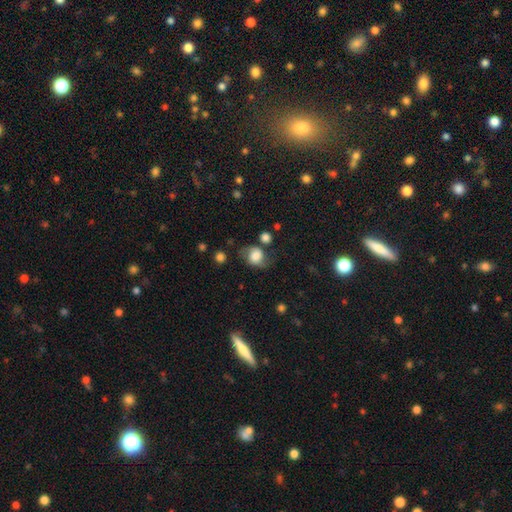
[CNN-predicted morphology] A smooth galaxy with no disk features (62%) that is round (55%).

Vote fractions:
- Smooth or featured? smooth: 62% / featured or disk: 28% / star or artifact: 10%
- How rounded? round: 55% / in between: 44% / cigar-shaped: 1%
- Merging? none: 57% / minor disturbance: 25% / major disturbance: 12% / merger: 5%